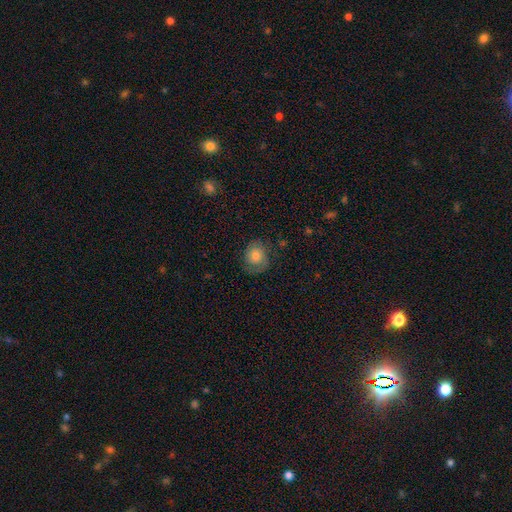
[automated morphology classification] The model was most divided on "smooth or featured": smooth: 58%, featured or disk: 33%, star or artifact: 9%. More confident: how rounded — round (68%); merging — none (67%).